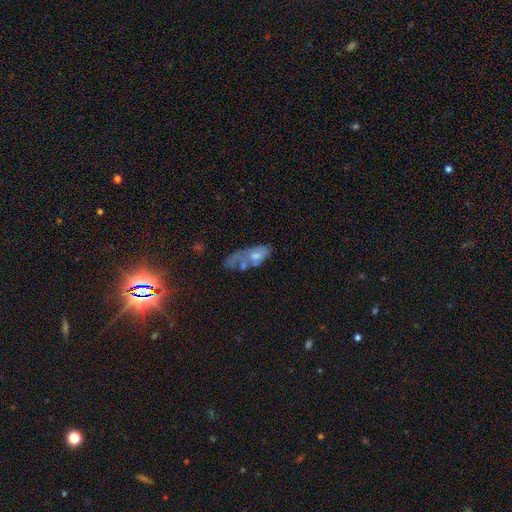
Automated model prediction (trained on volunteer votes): Q: Smooth or featured?
A: smooth (53%); runner-up: featured or disk (39%)
Q: How rounded?
A: in between (83%); runner-up: cigar-shaped (13%)
Q: Merging?
A: major disturbance (35%); runner-up: merger (25%)